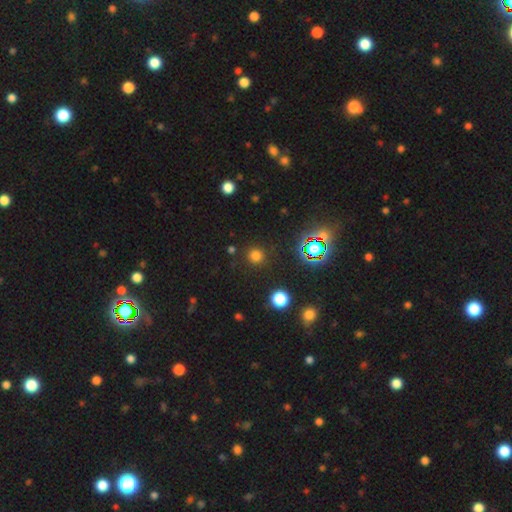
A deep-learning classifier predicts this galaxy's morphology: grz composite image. It shows a smooth galaxy with no disk features (70%) that is round (94%). Merging: none (89%).